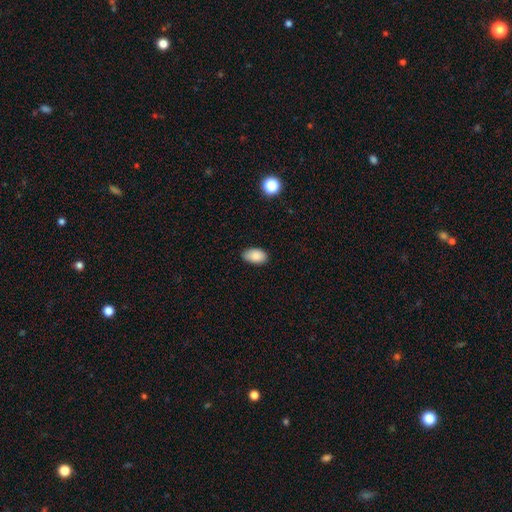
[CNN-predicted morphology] The model was most divided on "merging": none: 81%, minor disturbance: 15%, major disturbance: 2%, merger: 1%. More confident: how rounded — in between (93%); smooth or featured — smooth (87%).